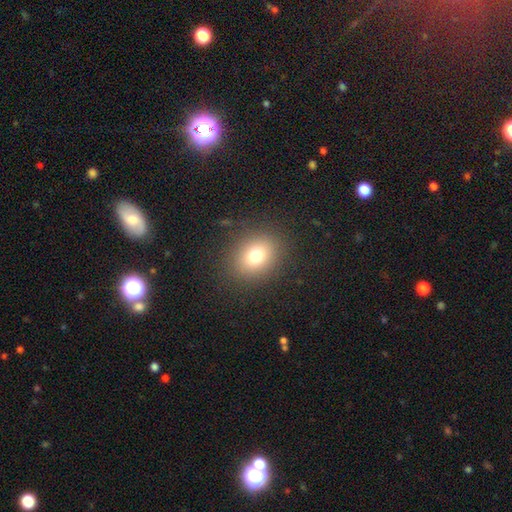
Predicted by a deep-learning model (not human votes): Smooth or featured? Predicted: smooth (p=0.75). How rounded? Predicted: round (p=0.58). Merging? Predicted: none (p=0.86).